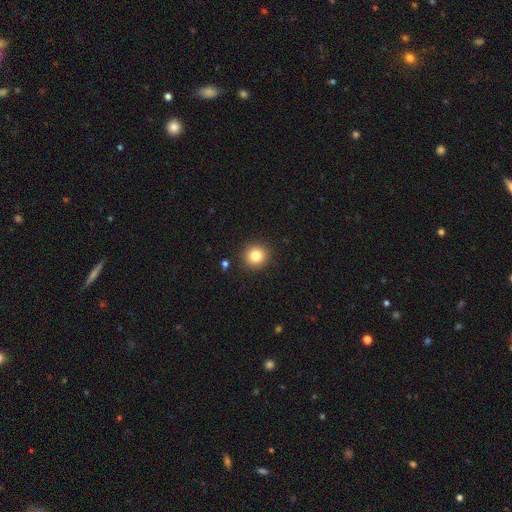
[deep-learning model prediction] Q: Smooth or featured?
A: smooth (83%); runner-up: star or artifact (11%)
Q: How rounded?
A: round (93%); runner-up: in between (6%)
Q: Merging?
A: none (91%); runner-up: minor disturbance (6%)